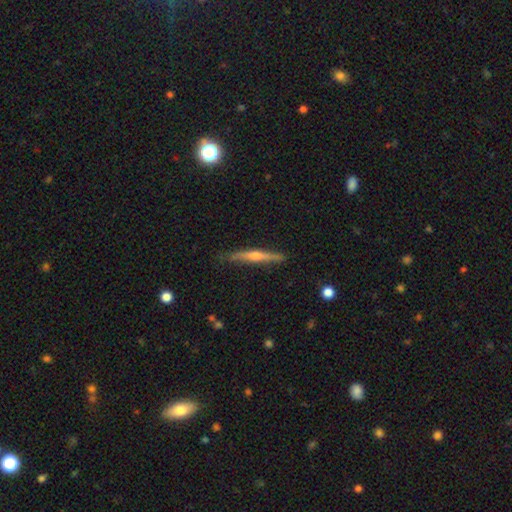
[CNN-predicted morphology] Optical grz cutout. It shows a featured or disk galaxy (71%) viewed edge-on (98%) with a rounded central bulge (85%). Merging: none (87%).